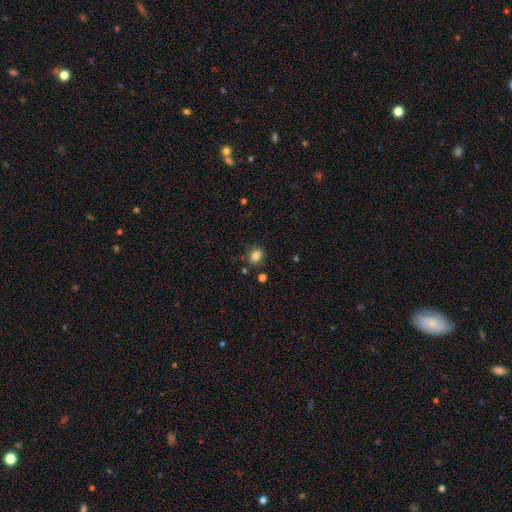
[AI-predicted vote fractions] Smooth or featured? Predicted: smooth (p=0.83). How rounded? Predicted: in between (p=0.53). Merging? Predicted: none (p=0.78).